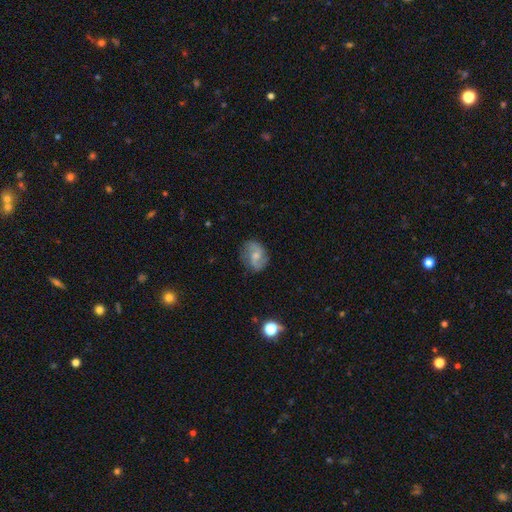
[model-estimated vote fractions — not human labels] Overall: featured or disk (62%; smooth 30%). Edge-on disk: no (97%). Bar: no (52%; weak 40%). Spiral arms: yes (90%). Spiral arm count: 2 (85%). Spiral winding: medium (43%; loose 39%). Bulge size: moderate (47%; small 42%). Merging: none (75%).